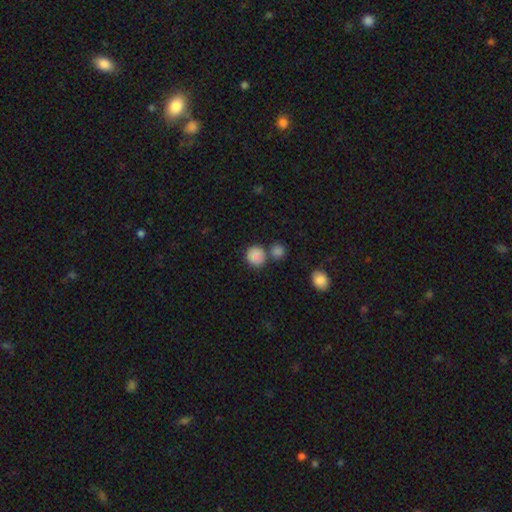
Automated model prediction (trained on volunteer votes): Q: Smooth or featured?
A: smooth (86%); runner-up: star or artifact (10%)
Q: How rounded?
A: round (87%); runner-up: in between (12%)
Q: Merging?
A: none (63%); runner-up: merger (23%)